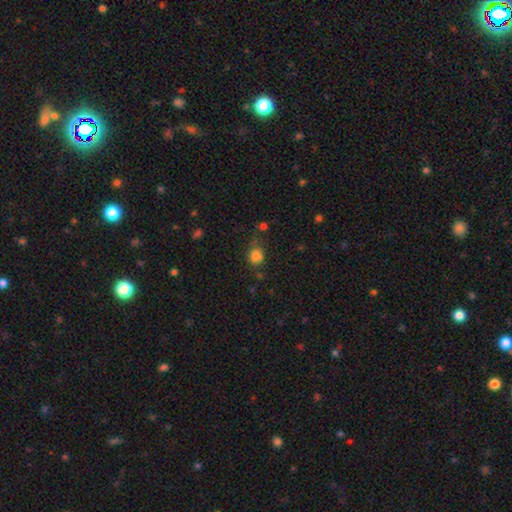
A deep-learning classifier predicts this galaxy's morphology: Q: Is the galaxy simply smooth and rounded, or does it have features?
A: smooth — 79%.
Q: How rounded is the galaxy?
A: round — 65%.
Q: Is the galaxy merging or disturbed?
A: none — 54%.